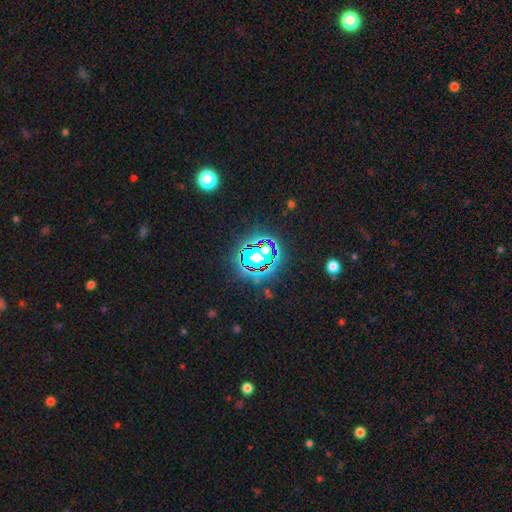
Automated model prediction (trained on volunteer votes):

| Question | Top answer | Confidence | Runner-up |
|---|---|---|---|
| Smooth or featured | star or artifact | 82% | smooth (11%) |